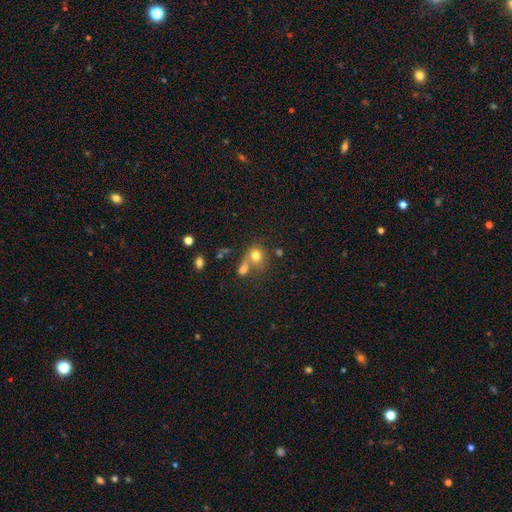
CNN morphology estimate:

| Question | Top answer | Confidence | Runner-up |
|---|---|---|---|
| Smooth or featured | smooth | 76% | featured or disk (12%) |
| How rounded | round | 65% | in between (34%) |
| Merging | merger | 44% | none (39%) |